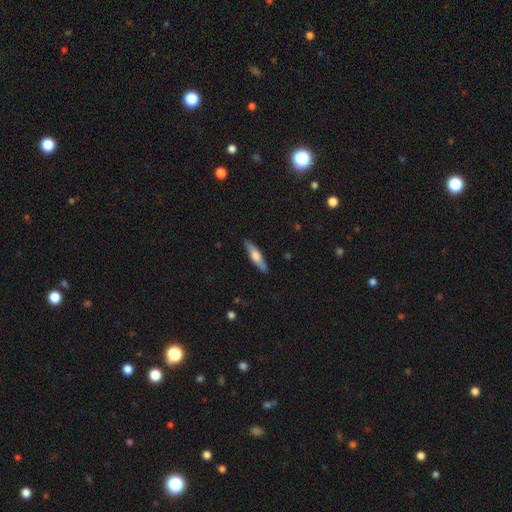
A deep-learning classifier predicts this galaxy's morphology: smooth_or_featured: smooth (p=0.51) [alt: featured or disk p=0.43]
how_rounded: cigar-shaped (p=0.80) [alt: in between p=0.18]
merging: none (p=0.89) [alt: minor disturbance p=0.08]